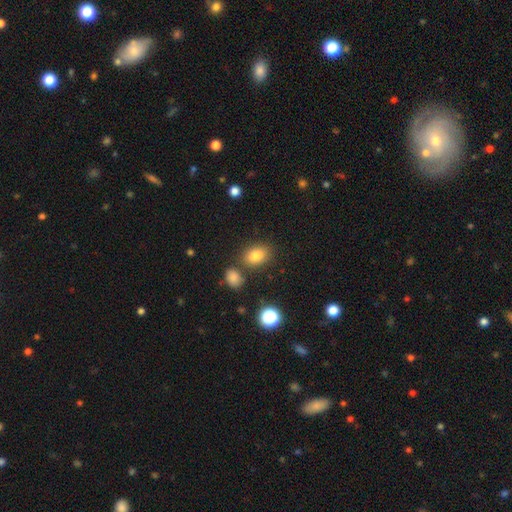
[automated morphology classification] Overall: smooth (80%). How rounded: in between (74%). Merging: none (75%).